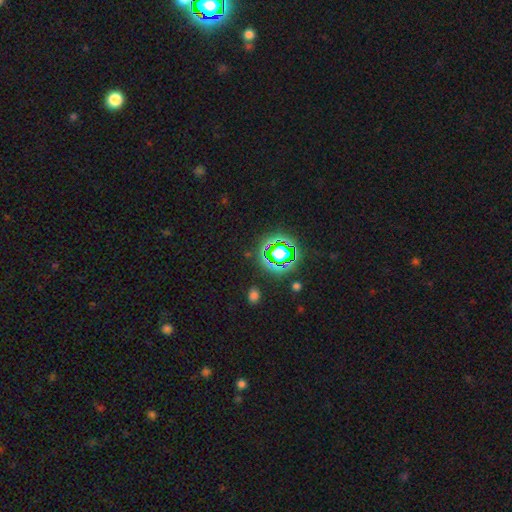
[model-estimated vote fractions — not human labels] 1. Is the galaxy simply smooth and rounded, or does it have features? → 77% star or artifact, 15% smooth, 8% featured or disk.